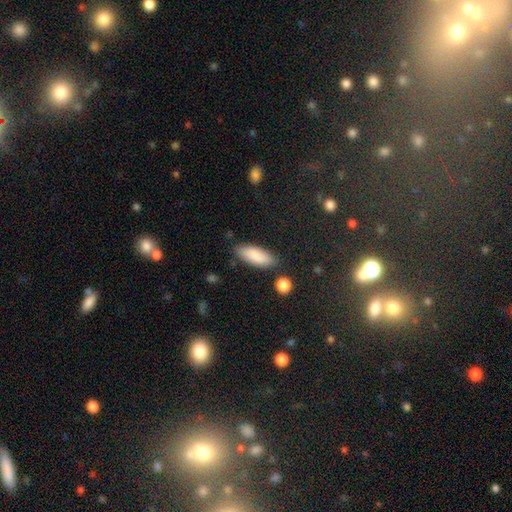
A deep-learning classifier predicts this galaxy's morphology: smooth-or-featured: smooth: 87% | featured or disk: 7% | star or artifact: 6%
  how-rounded: in between: 75% | cigar-shaped: 23% | round: 2%
  merging: none: 81% | minor disturbance: 13% | merger: 3% | major disturbance: 3%